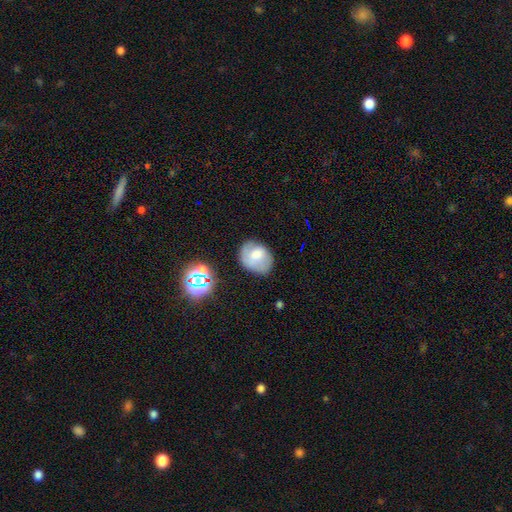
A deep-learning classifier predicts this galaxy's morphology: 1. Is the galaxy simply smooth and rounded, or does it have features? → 61% smooth, 28% featured or disk, 11% star or artifact.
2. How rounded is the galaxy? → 58% in between, 41% round, 1% cigar-shaped.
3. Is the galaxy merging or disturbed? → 62% none, 26% minor disturbance, 9% major disturbance, 3% merger.